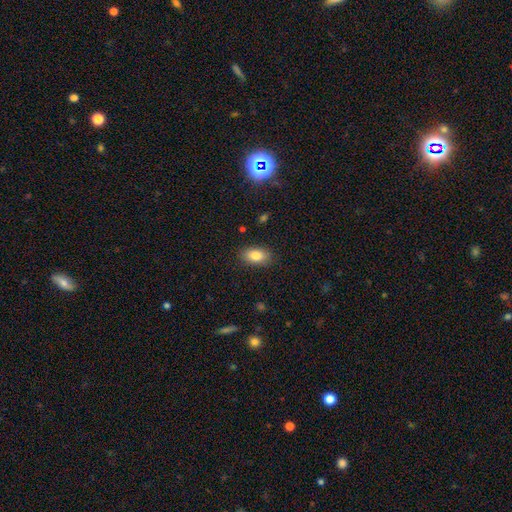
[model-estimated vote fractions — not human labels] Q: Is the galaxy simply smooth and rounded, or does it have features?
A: smooth — 84%.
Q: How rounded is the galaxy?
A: in between — 91%.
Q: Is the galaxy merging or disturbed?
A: none — 87%.